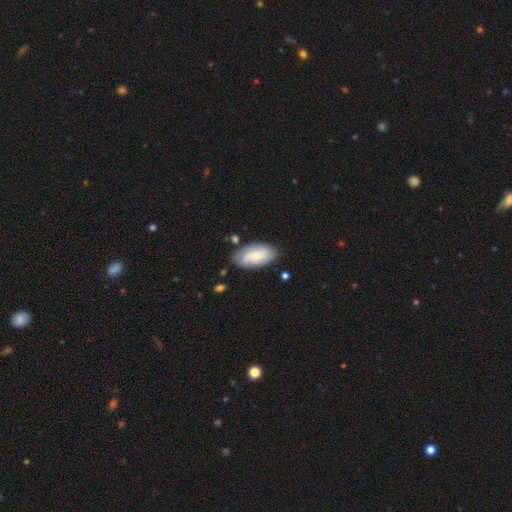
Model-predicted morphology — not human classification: smooth-or-featured: smooth: 73% | featured or disk: 21% | star or artifact: 6%
  how-rounded: in between: 94% | cigar-shaped: 4% | round: 2%
  merging: none: 77% | minor disturbance: 16% | major disturbance: 4% | merger: 3%